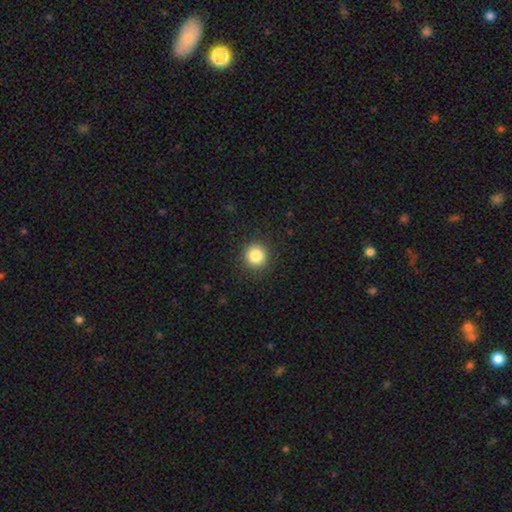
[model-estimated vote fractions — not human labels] Morphology: type=smooth (85%); roundness=round (94%); merging=none (92%).